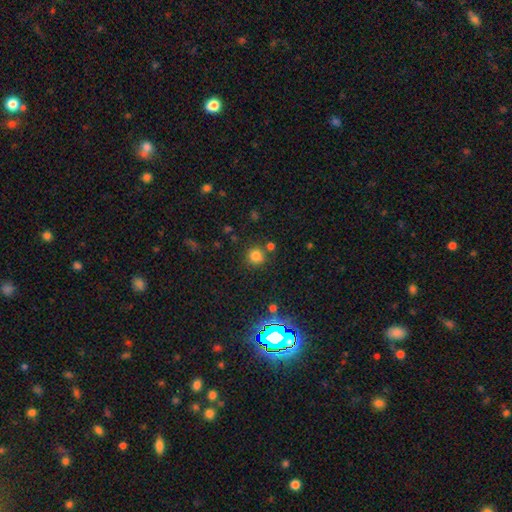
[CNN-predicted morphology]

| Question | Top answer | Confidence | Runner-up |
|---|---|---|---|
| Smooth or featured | smooth | 75% | star or artifact (19%) |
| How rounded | round | 93% | in between (6%) |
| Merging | none | 78% | merger (10%) |